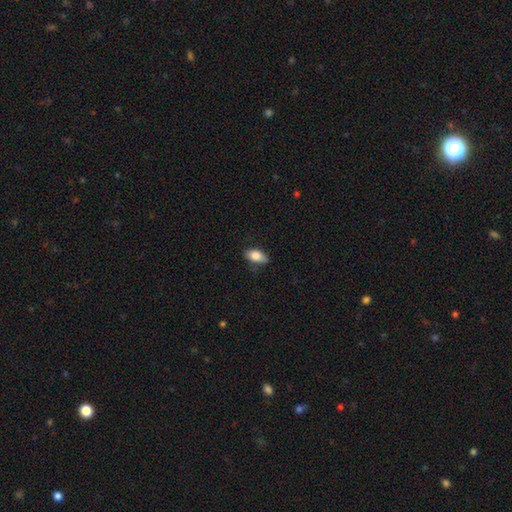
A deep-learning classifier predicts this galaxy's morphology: Overall: smooth (83%). How rounded: in between (89%). Merging: none (75%).